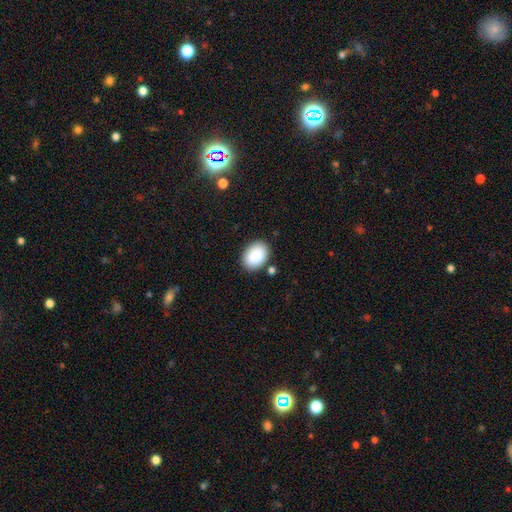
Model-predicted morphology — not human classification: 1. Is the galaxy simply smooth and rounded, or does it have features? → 89% smooth, 7% star or artifact, 4% featured or disk.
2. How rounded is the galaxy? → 81% in between, 18% round, 1% cigar-shaped.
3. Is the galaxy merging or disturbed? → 85% none, 10% minor disturbance, 3% merger, 2% major disturbance.